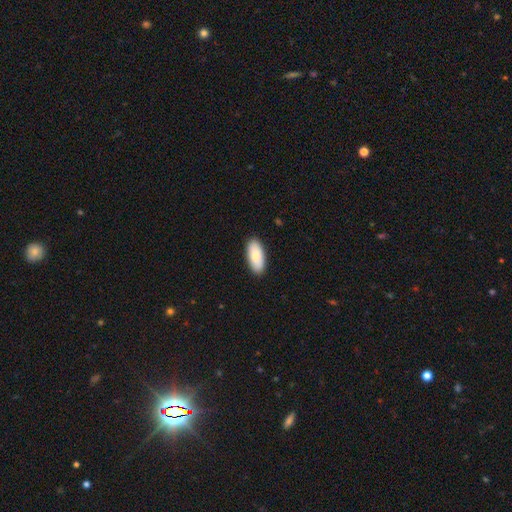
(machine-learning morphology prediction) smooth-or-featured: smooth: 80% | featured or disk: 14% | star or artifact: 6%
  how-rounded: in between: 91% | cigar-shaped: 7% | round: 2%
  merging: none: 90% | minor disturbance: 7% | major disturbance: 2% | merger: 1%